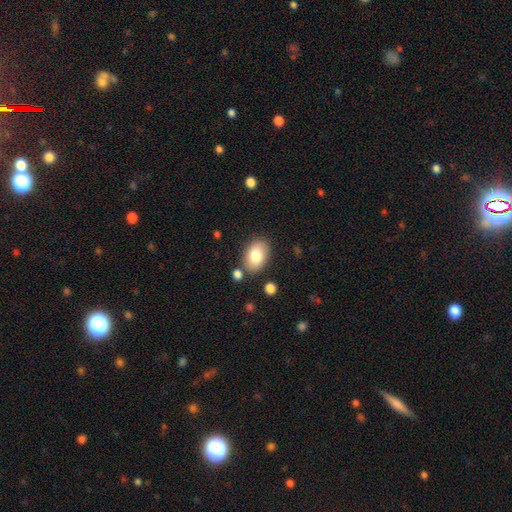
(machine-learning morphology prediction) The model was most divided on "smooth or featured": smooth: 80%, featured or disk: 13%, star or artifact: 7%. More confident: how rounded — in between (85%); merging — none (80%).